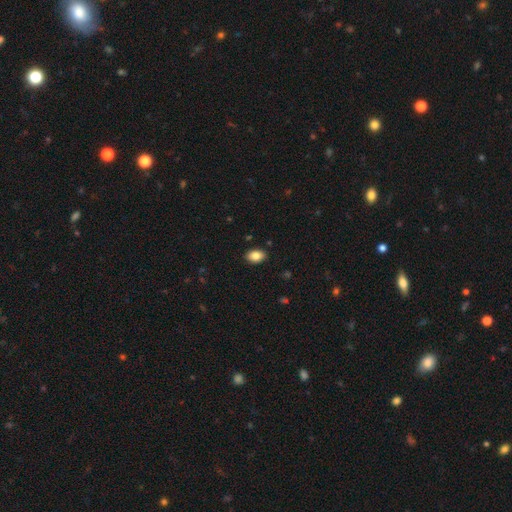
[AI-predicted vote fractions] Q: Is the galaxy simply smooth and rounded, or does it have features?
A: smooth — 86%.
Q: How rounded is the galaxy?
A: in between — 86%.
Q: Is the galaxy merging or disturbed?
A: none — 88%.